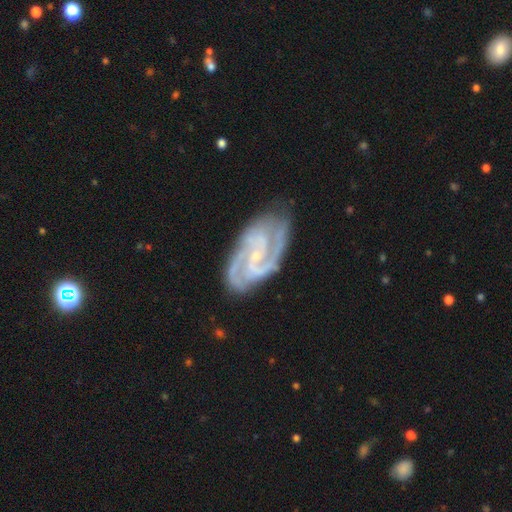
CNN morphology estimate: This is clearly a featured or disk galaxy (92%). It is clearly not viewed edge-on (97%). Bar: marginally no (42%). Spiral arm pattern: clearly yes (98%). Spiral arm count: possibly 2 (56%). Spiral winding: possibly tight (47%). Central bulge: likely small (78%). Merging: likely none (76%).